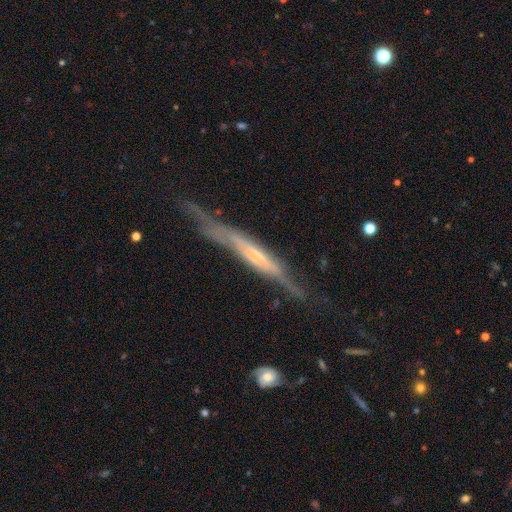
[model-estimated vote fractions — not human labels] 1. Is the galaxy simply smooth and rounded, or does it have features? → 76% featured or disk, 18% smooth, 6% star or artifact.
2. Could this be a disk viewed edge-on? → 84% yes, 16% no.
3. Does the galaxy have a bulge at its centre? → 46% none, 36% rounded, 18% boxy.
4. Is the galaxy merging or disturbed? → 54% none, 29% minor disturbance, 15% major disturbance, 3% merger.